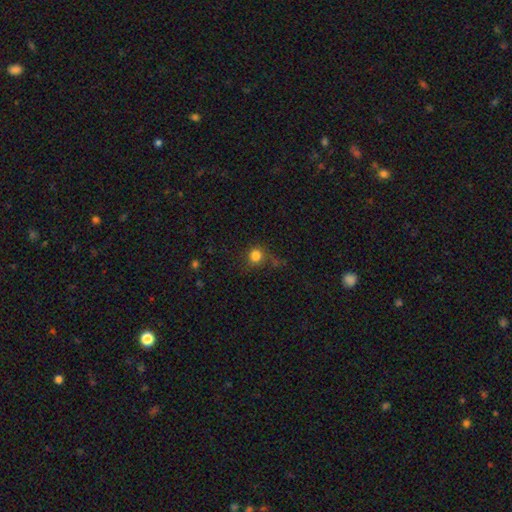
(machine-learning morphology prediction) smooth-or-featured: smooth: 81% | star or artifact: 14% | featured or disk: 6%
  how-rounded: round: 90% | in between: 9% | cigar-shaped: 1%
  merging: none: 71% | minor disturbance: 16% | major disturbance: 8% | merger: 4%